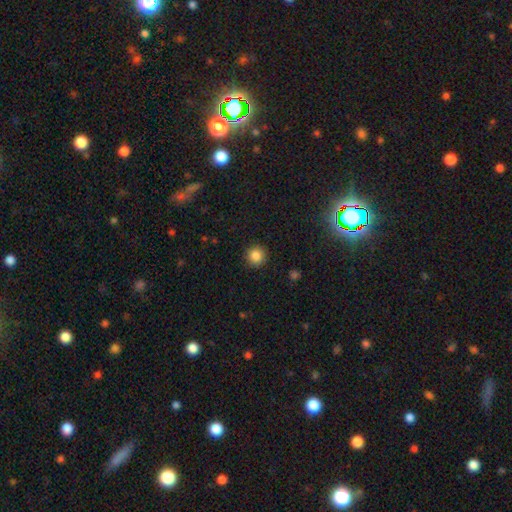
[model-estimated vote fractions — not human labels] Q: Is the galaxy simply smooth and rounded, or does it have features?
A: smooth — 85%.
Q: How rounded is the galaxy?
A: round — 94%.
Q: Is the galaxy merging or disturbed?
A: none — 92%.